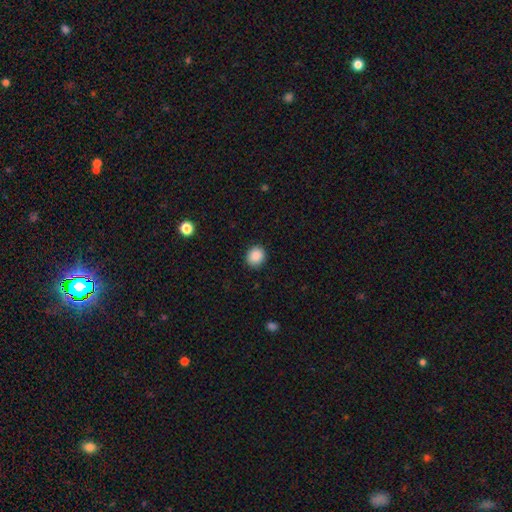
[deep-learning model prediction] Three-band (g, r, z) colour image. It shows a smooth galaxy with no disk features (89%) that is round (78%). Merging: none (90%).